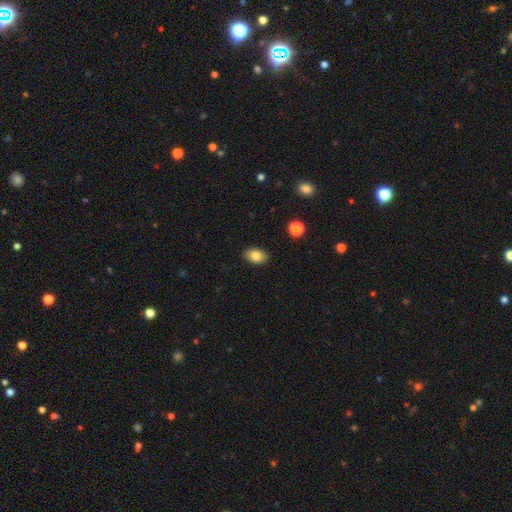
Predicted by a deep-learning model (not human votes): smooth 83%, star or artifact 9%, featured or disk 8%. Down the decision tree: how rounded — in between (84%); merging — none (89%).